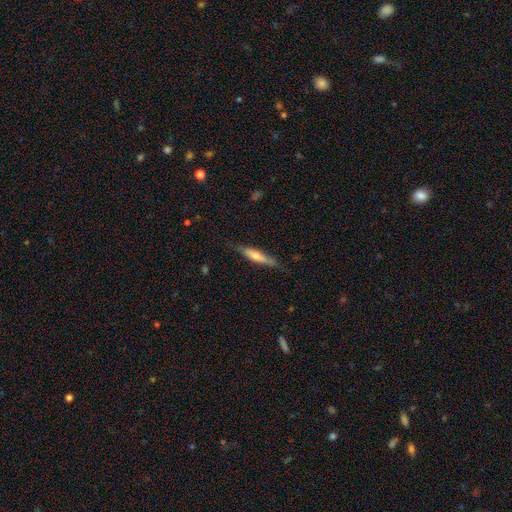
A featured or disk galaxy (74%) viewed edge-on (86%) with a rounded central bulge (52%). Merging: none (82%).